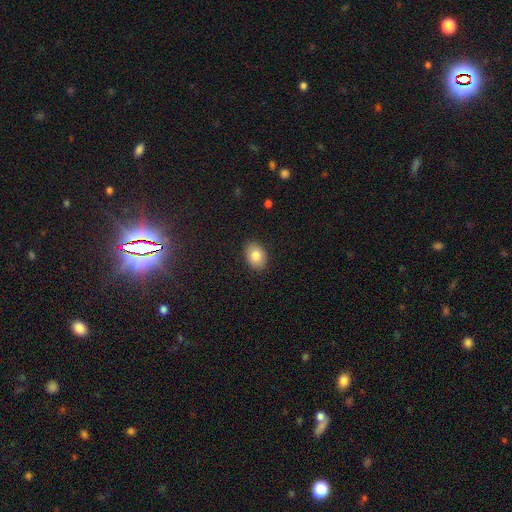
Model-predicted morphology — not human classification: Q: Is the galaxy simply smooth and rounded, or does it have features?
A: smooth — 81%.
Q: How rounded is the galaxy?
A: in between — 76%.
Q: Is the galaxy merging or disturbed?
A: none — 89%.